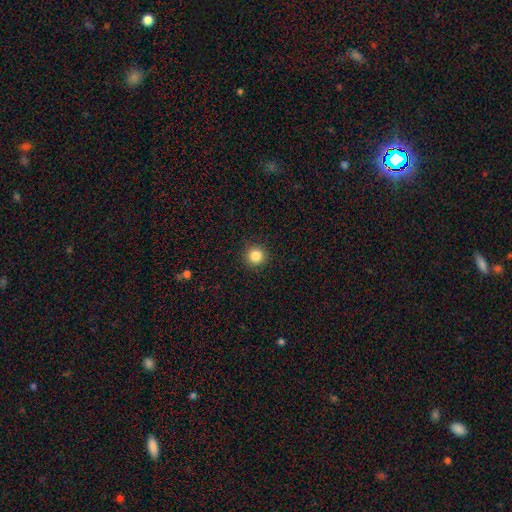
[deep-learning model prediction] This is clearly a smooth galaxy (85%). How rounded: clearly round (95%). Merging: clearly none (92%).